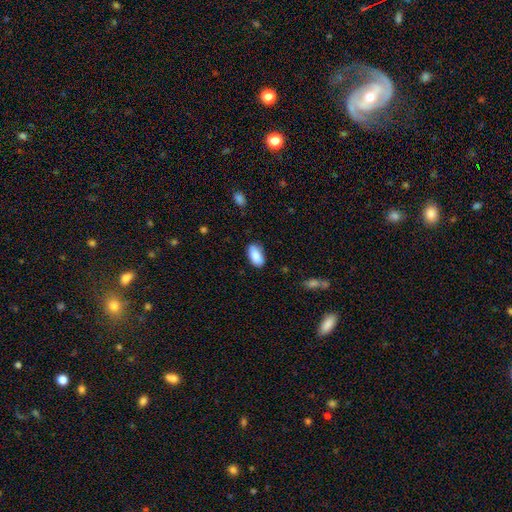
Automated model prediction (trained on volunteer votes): Smooth or featured? smooth (87%)
How rounded? in between (93%)
Merging? none (80%)